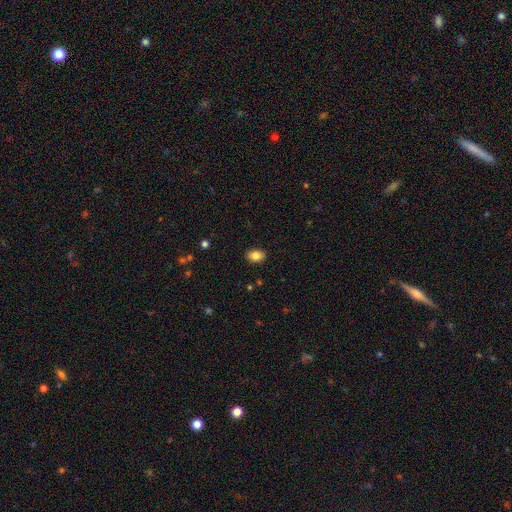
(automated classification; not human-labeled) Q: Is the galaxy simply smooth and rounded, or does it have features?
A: smooth — 85%.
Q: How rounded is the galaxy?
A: in between — 78%.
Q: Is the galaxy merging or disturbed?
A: none — 89%.